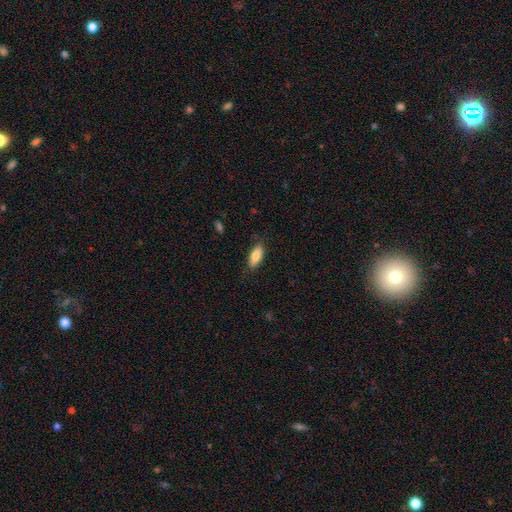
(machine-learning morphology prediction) smooth-or-featured: smooth: 79% | featured or disk: 14% | star or artifact: 7%
  how-rounded: in between: 80% | cigar-shaped: 18% | round: 2%
  merging: none: 81% | minor disturbance: 15% | major disturbance: 3% | merger: 1%